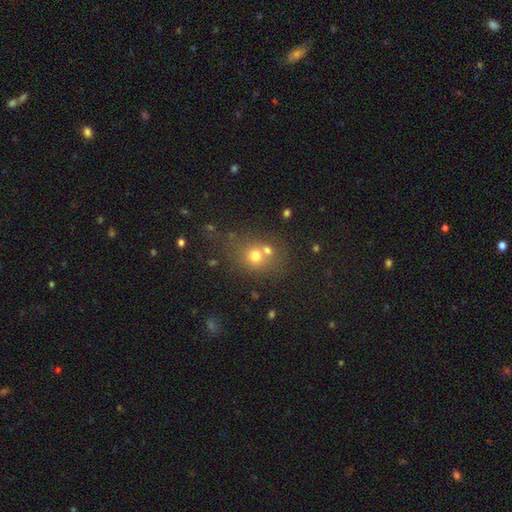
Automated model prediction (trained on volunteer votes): Morphology: type=smooth (67%); roundness=round (76%); merging=none (48%).